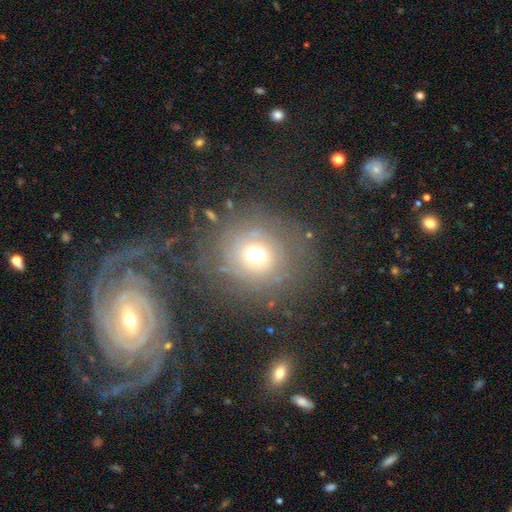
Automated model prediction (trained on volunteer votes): Smooth or featured? Predicted: featured or disk (p=0.51). Edge-on disk? Predicted: no (p=0.96). Merging? Predicted: none (p=0.72).